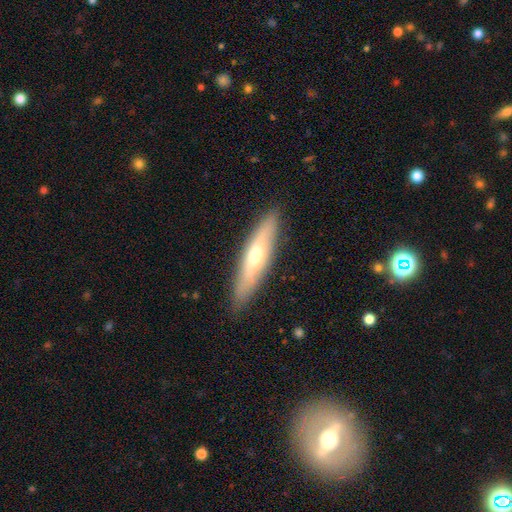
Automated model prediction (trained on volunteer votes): The model was most divided on "smooth or featured": smooth: 51%, featured or disk: 43%, star or artifact: 6%. More confident: merging — none (87%); how rounded — cigar-shaped (79%).